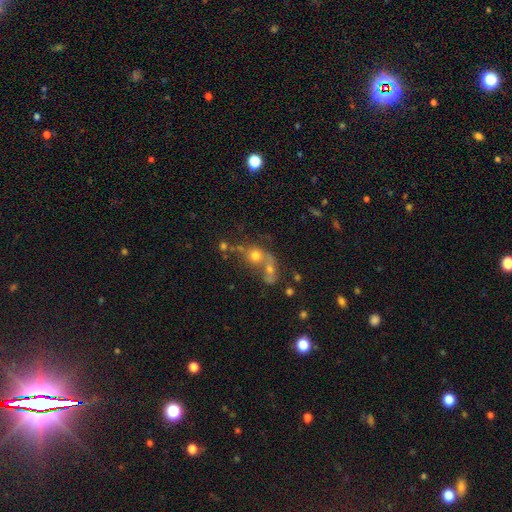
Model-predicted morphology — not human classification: Smooth or featured: smooth — 54% (featured or disk — 25%)
How rounded: round — 75% (in between — 23%)
Merging: merger — 56% (none — 29%)